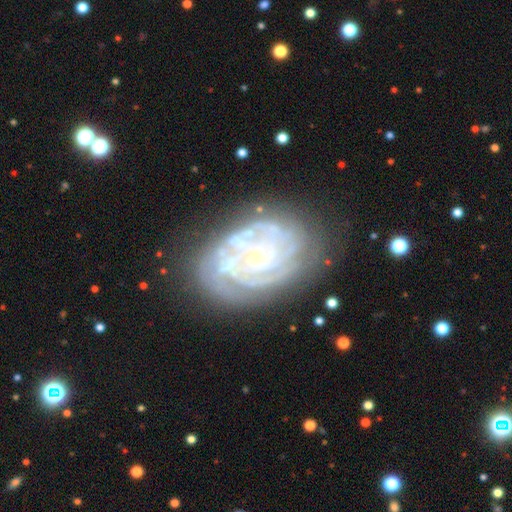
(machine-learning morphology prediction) The model was most divided on "spiral arm count": can't tell: 28%, 4: 23%, 3: 18%, more than 4: 12%, 2: 12%, 1: 6%. More confident: edge-on disk — no (97%); spiral arms — yes (95%); bulge size — small (85%); smooth or featured — featured or disk (85%); spiral winding — tight (82%); bar — no (76%); merging — none (71%).